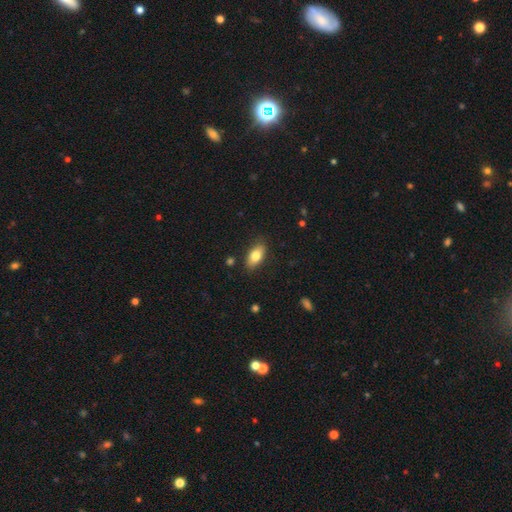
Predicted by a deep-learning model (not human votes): Smooth or featured? smooth (79%)
How rounded? in between (88%)
Merging? none (85%)